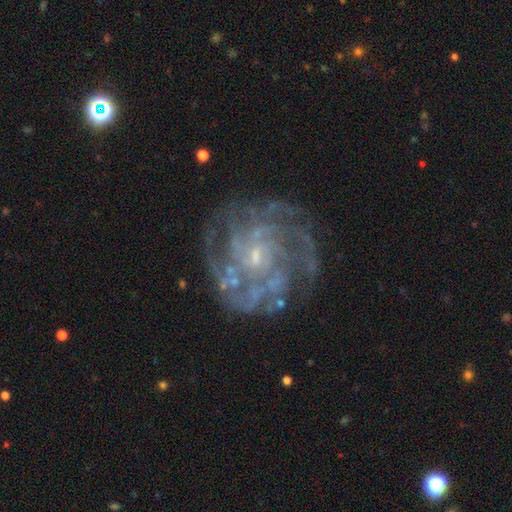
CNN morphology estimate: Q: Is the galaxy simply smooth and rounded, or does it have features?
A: featured or disk — 87%.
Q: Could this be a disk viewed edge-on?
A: no — 98%.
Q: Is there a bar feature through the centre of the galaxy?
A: no — 59%.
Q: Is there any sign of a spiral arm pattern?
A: yes — 94%.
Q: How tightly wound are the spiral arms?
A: tight — 64%.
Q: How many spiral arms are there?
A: can't tell — 30%.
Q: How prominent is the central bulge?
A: small — 71%.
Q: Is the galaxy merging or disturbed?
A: none — 74%.